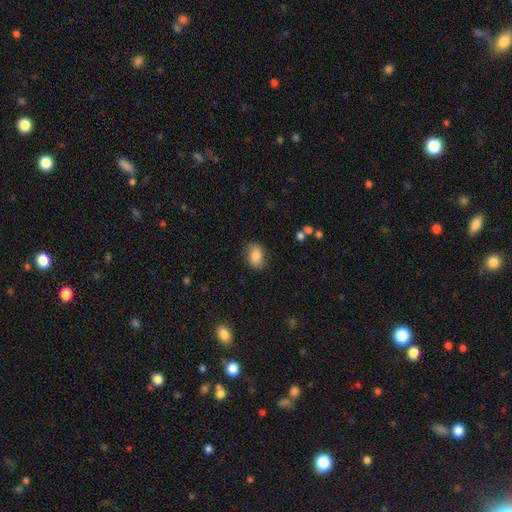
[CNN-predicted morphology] Q: Smooth or featured?
A: smooth (85%); runner-up: star or artifact (8%)
Q: How rounded?
A: in between (84%); runner-up: round (14%)
Q: Merging?
A: none (83%); runner-up: minor disturbance (13%)